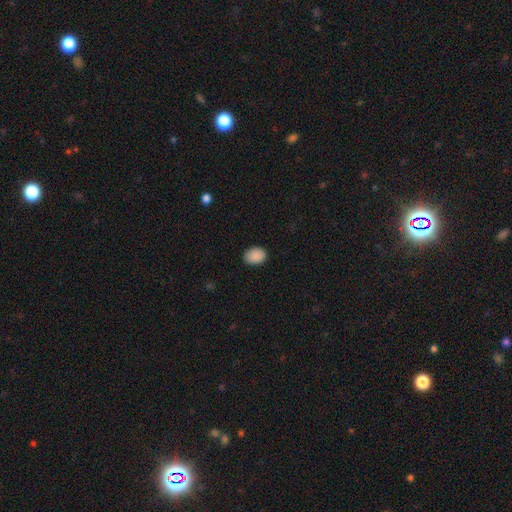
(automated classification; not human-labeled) Overall: smooth (90%). How rounded: in between (70%). Merging: none (85%).